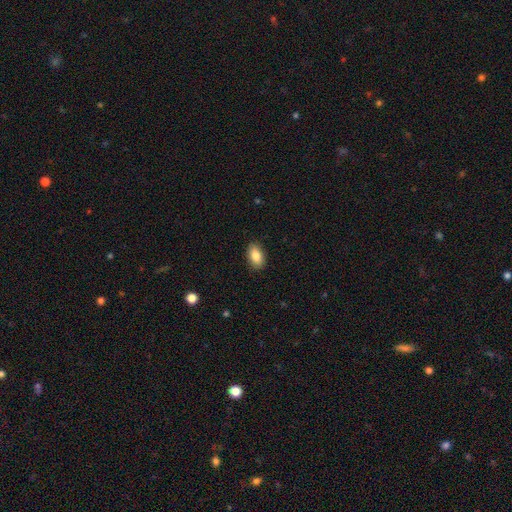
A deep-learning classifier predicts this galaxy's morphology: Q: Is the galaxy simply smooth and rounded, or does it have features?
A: smooth — 86%.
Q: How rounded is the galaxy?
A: in between — 92%.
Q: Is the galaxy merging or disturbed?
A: none — 88%.